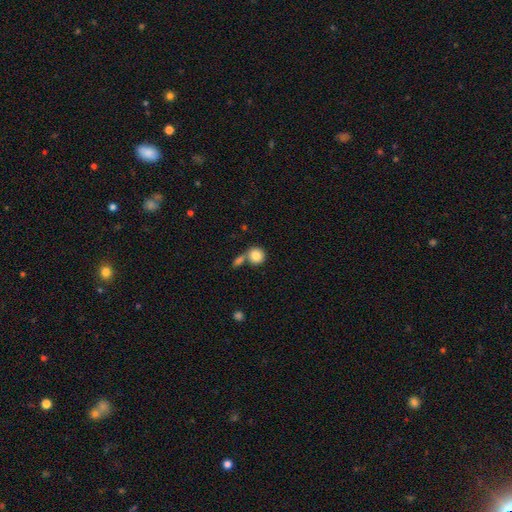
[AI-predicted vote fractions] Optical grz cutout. It shows a smooth galaxy with no disk features (86%) that is round (85%). Merging: none (49%).